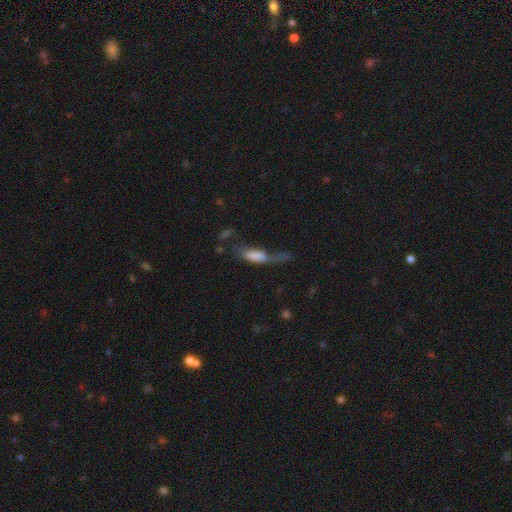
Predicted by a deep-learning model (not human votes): The model was most divided on "how rounded": in between: 61%, cigar-shaped: 35%, round: 4%. Remaining: smooth or featured — smooth (65%); merging — major disturbance (48%).